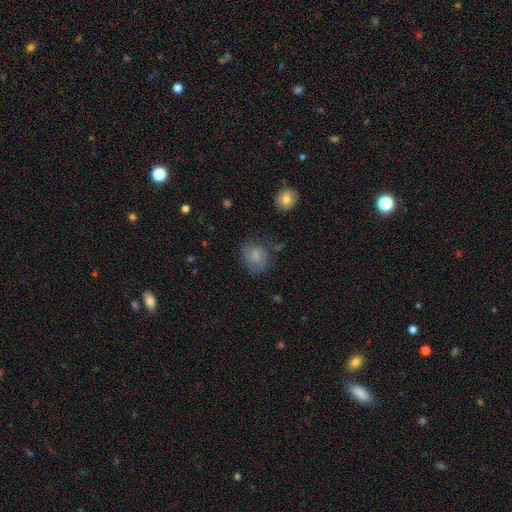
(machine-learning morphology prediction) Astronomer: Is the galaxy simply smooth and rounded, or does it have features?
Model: smooth — 56% (runner-up: featured or disk, 34%).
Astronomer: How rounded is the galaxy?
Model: round — 66%.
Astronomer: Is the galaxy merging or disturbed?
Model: none — 62%.